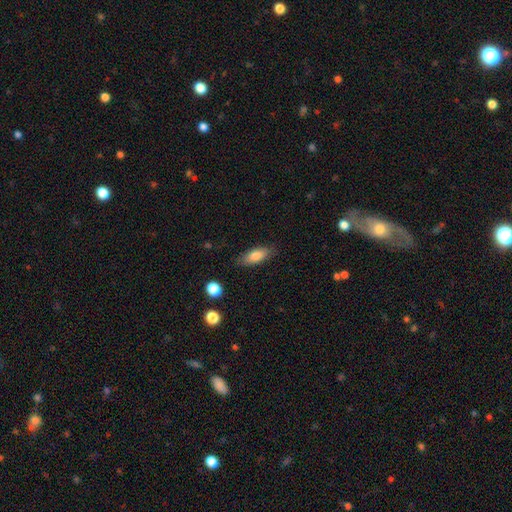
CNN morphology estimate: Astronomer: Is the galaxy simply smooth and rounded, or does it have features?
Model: smooth — 77%.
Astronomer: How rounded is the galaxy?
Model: in between — 73%.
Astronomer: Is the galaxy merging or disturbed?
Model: none — 82%.